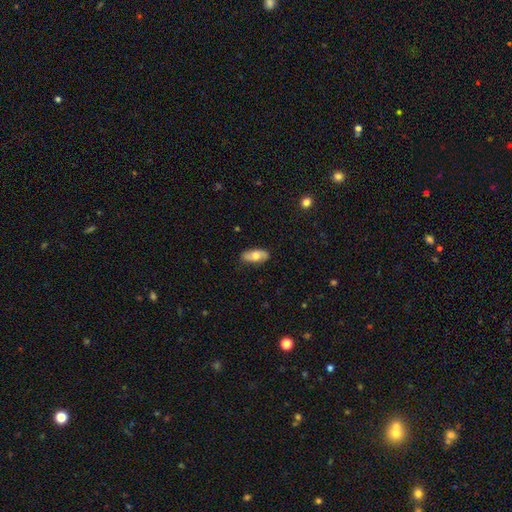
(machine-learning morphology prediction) type=smooth (65%); roundness=in between (87%); merging=none (82%).